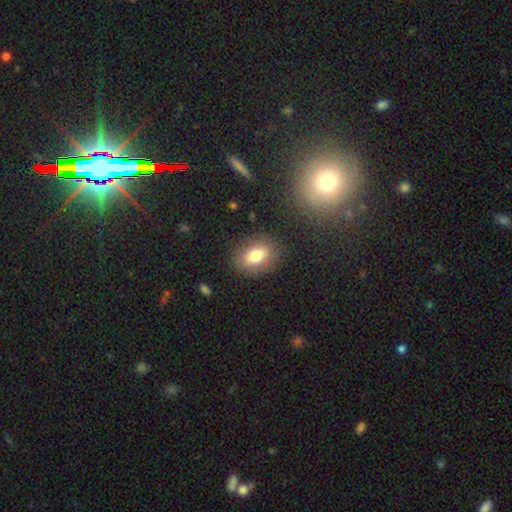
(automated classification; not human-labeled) Smooth or featured? Predicted: smooth (p=0.77). How rounded? Predicted: in between (p=0.75). Merging? Predicted: none (p=0.83).